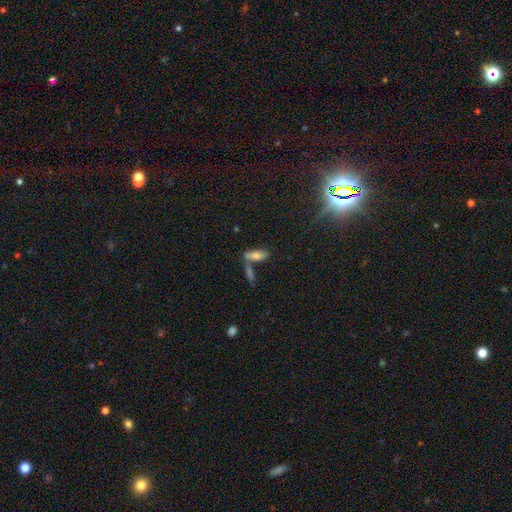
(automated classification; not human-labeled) Smooth or featured: smooth — 70% (featured or disk — 19%)
How rounded: in between — 70% (cigar-shaped — 27%)
Merging: merger — 43% (none — 41%)